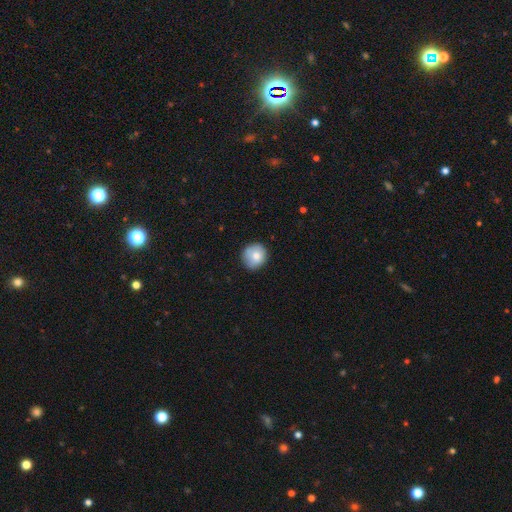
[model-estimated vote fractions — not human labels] smooth_or_featured: smooth (p=0.79) [alt: featured or disk p=0.12]
how_rounded: round (p=0.90) [alt: in between p=0.09]
merging: none (p=0.84) [alt: minor disturbance p=0.13]